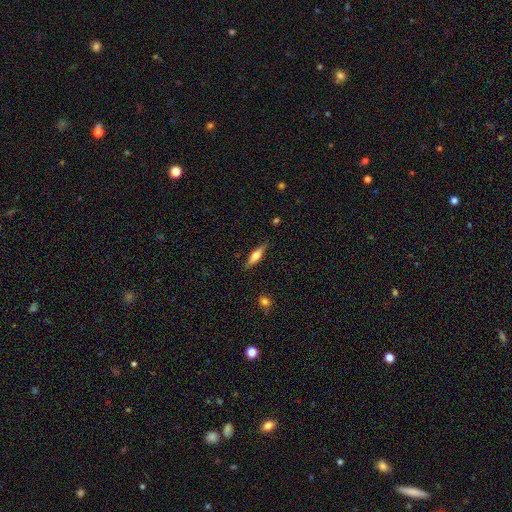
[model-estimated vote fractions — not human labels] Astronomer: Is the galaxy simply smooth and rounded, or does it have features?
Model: smooth — 54% (runner-up: featured or disk, 40%).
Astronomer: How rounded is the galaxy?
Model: cigar-shaped — 57% (runner-up: in between, 41%).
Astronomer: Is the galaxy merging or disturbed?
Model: none — 85%.